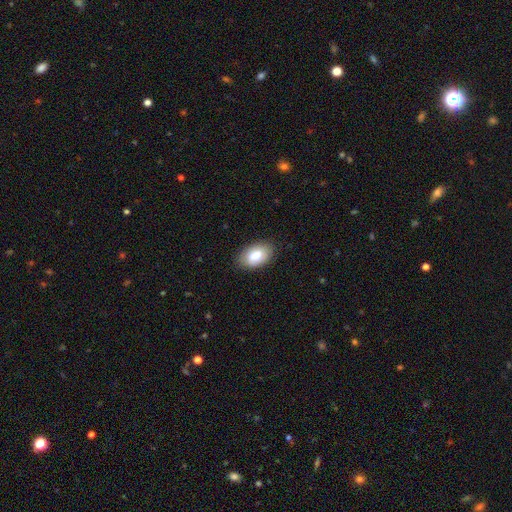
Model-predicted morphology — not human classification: A smooth galaxy with no disk features (80%) that is in between round and cigar-shaped (93%).

Vote fractions:
- Smooth or featured? smooth: 80% / featured or disk: 14% / star or artifact: 7%
- How rounded? in between: 93% / round: 5% / cigar-shaped: 1%
- Merging? none: 83% / minor disturbance: 14% / major disturbance: 3% / merger: 1%